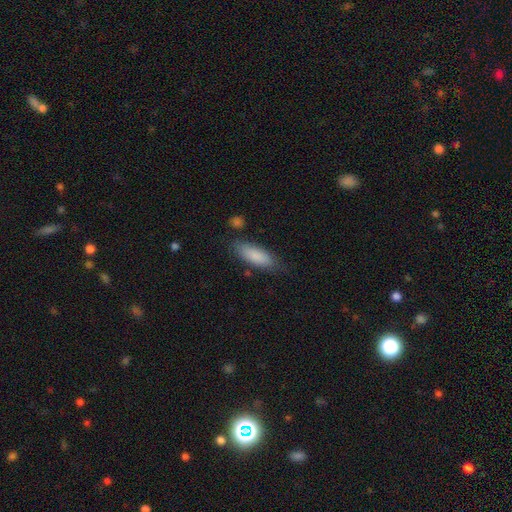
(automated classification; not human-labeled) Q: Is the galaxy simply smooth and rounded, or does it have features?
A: smooth — 85%.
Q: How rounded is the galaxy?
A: in between — 68%.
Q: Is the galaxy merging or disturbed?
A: none — 76%.